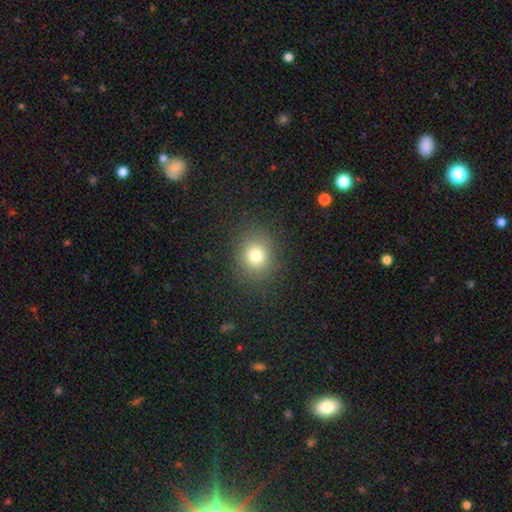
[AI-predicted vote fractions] smooth-or-featured: smooth: 77% | star or artifact: 15% | featured or disk: 8%
  how-rounded: round: 78% | in between: 21% | cigar-shaped: 1%
  merging: none: 87% | minor disturbance: 8% | major disturbance: 4% | merger: 1%